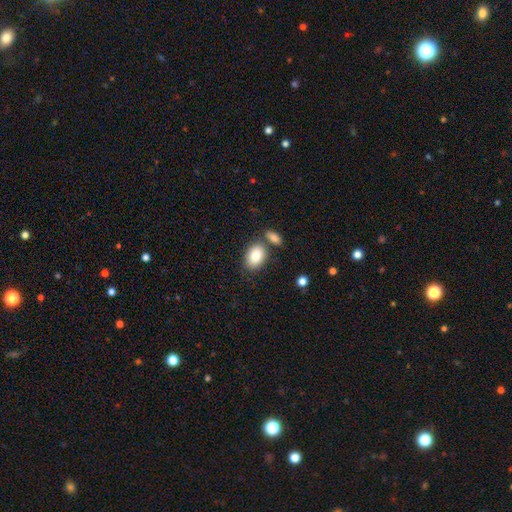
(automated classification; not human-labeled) smooth_or_featured: smooth (p=0.87) [alt: star or artifact p=0.07]
how_rounded: in between (p=0.87) [alt: round p=0.11]
merging: none (p=0.65) [alt: merger p=0.19]